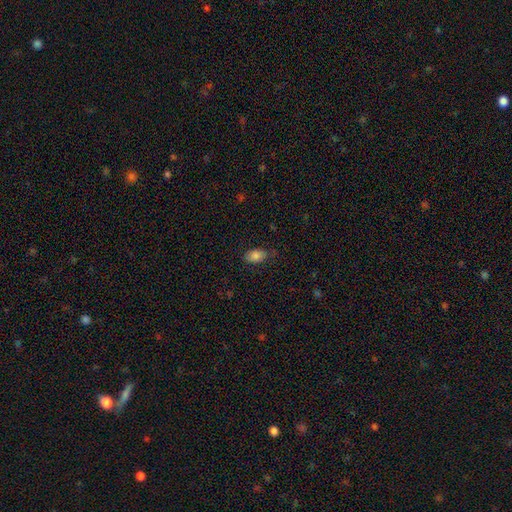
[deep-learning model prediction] Smooth or featured? Predicted: smooth (p=0.83). How rounded? Predicted: in between (p=0.91). Merging? Predicted: none (p=0.76).